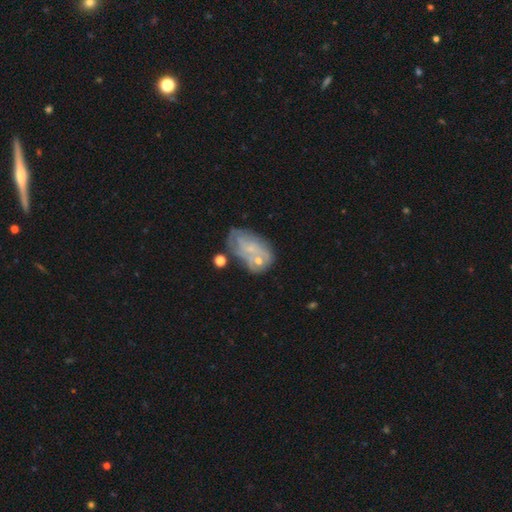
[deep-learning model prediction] This is possibly a featured or disk galaxy (58%). It is clearly not viewed edge-on (97%). Bar: likely no (78%). Spiral arm pattern: possibly yes (55%). Central bulge: likely small (62%). Merging: marginally none (30%).